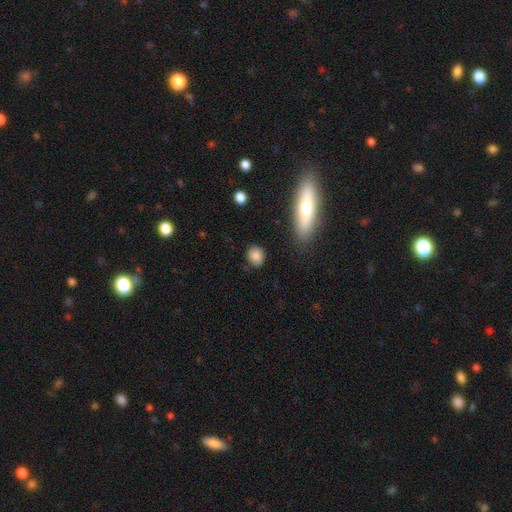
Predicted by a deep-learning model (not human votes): Overall: smooth (85%). How rounded: round (62%; in between 36%). Merging: none (82%).